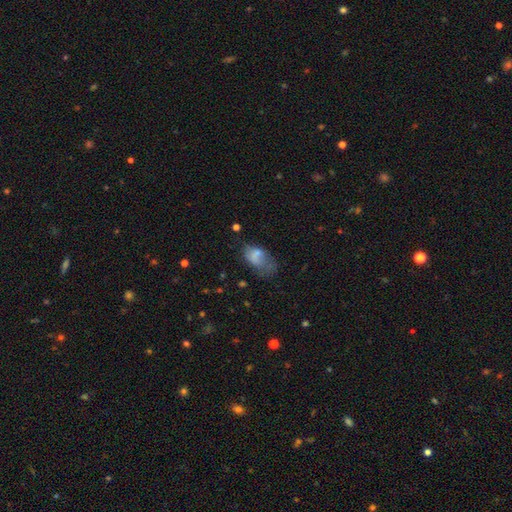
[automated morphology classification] Smooth or featured? Predicted: smooth (p=0.65). How rounded? Predicted: in between (p=0.90). Merging? Predicted: major disturbance (p=0.37).